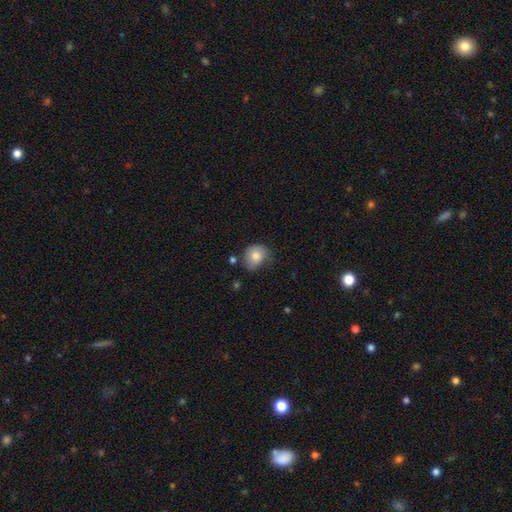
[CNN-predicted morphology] Smooth or featured? Predicted: smooth (p=0.79). How rounded? Predicted: round (p=0.68). Merging? Predicted: none (p=0.54).